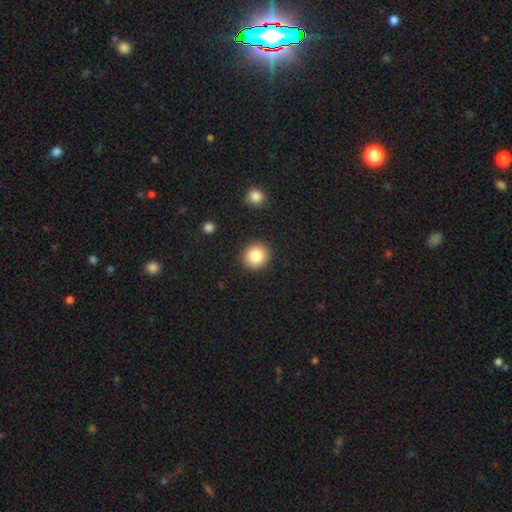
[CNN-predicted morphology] Smooth or featured?
  - smooth: 83% *
  - star or artifact: 10%
  - featured or disk: 7%
How rounded?
  - round: 89% *
  - in between: 10%
  - cigar-shaped: 1%
Merging?
  - none: 91% *
  - minor disturbance: 6%
  - major disturbance: 2%
  - merger: 2%